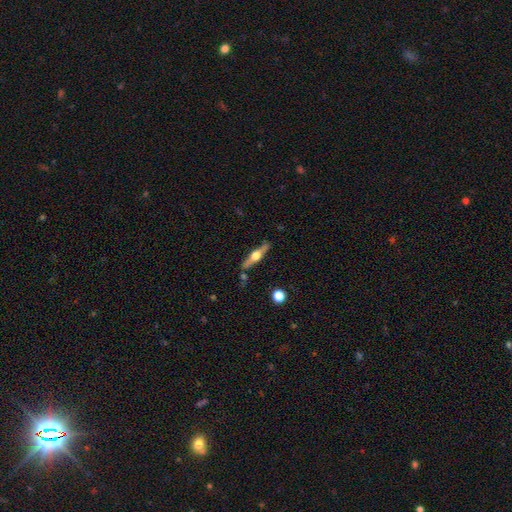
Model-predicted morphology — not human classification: A featured or disk galaxy (69%) viewed edge-on (96%) with a rounded central bulge (95%). Merging: none (82%).